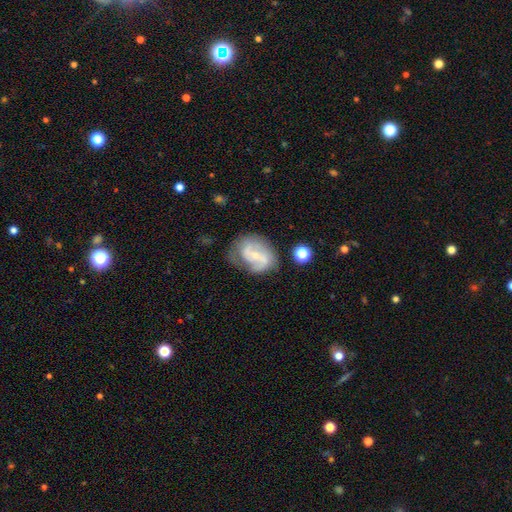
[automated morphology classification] Q: Smooth or featured?
A: featured or disk (76%); runner-up: smooth (18%)
Q: Edge-on disk?
A: no (97%); runner-up: yes (3%)
Q: Bar?
A: weak (44%); runner-up: no (38%)
Q: Spiral arms?
A: yes (89%); runner-up: no (11%)
Q: Spiral winding?
A: medium (46%); runner-up: loose (29%)
Q: Spiral arm count?
A: 2 (78%); runner-up: can't tell (11%)
Q: Bulge size?
A: small (65%); runner-up: moderate (28%)
Q: Merging?
A: none (58%); runner-up: minor disturbance (24%)